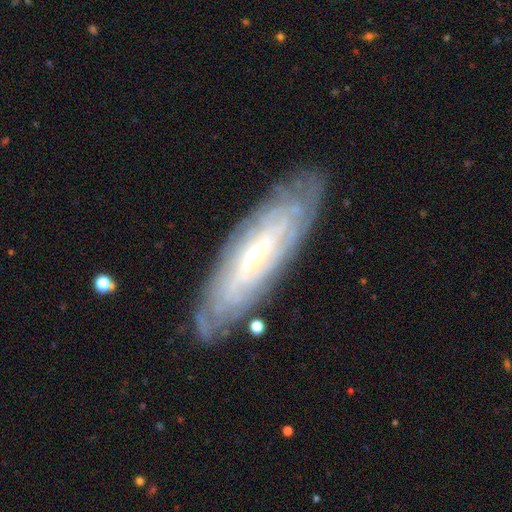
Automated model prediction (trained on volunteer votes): The model was most divided on "bar": no: 55%, weak: 31%, strong: 14%. More confident: spiral arms — yes (86%); merging — none (82%); spiral winding — tight (81%); smooth or featured — featured or disk (79%); edge-on disk — no (75%); bulge size — small (73%); spiral arm count — can't tell (66%).